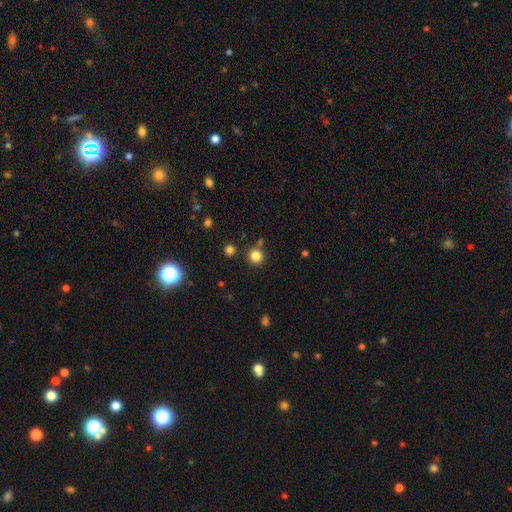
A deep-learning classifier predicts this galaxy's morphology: Smooth or featured?
  - smooth: 82% *
  - star or artifact: 13%
  - featured or disk: 5%
How rounded?
  - round: 94% *
  - in between: 5%
  - cigar-shaped: 1%
Merging?
  - none: 84% *
  - minor disturbance: 7%
  - merger: 6%
  - major disturbance: 3%